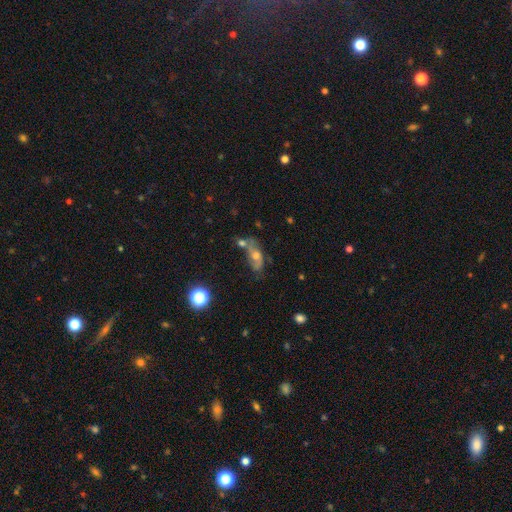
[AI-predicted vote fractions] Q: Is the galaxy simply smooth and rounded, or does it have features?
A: featured or disk — 47%.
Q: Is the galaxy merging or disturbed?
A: none — 38%.